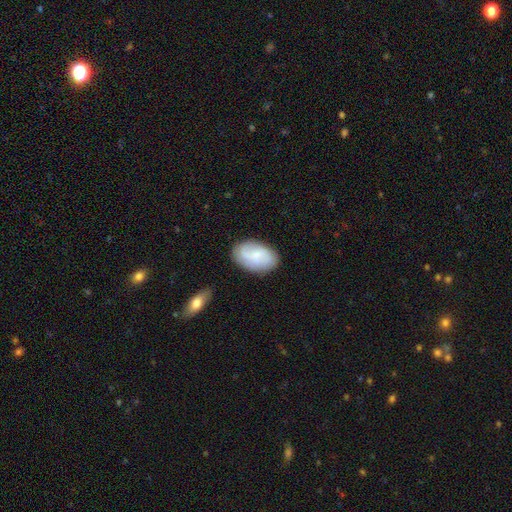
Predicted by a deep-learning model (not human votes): A smooth galaxy with no disk features (48%).

Vote fractions:
- Smooth or featured? smooth: 48% / featured or disk: 44% / star or artifact: 7%
- Merging? none: 80% / minor disturbance: 14% / major disturbance: 4% / merger: 2%